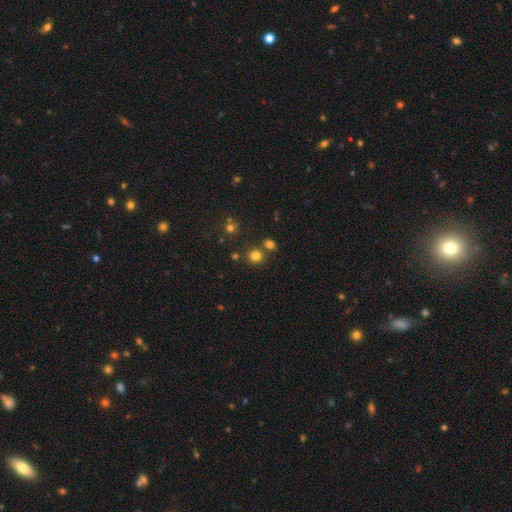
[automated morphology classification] smooth_or_featured: smooth (p=0.77) [alt: star or artifact p=0.17]
how_rounded: round (p=0.88) [alt: in between p=0.12]
merging: none (p=0.76) [alt: merger p=0.14]